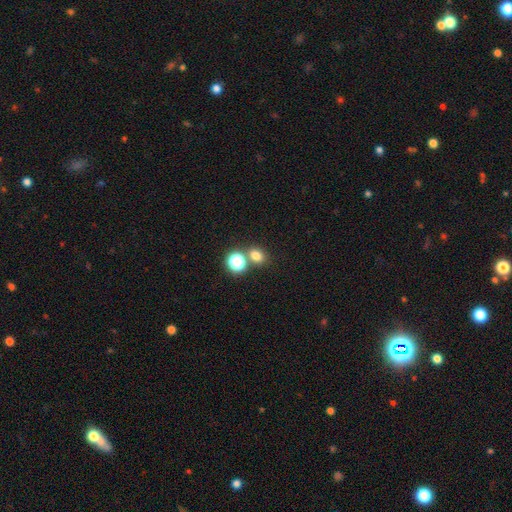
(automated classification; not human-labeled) smooth-or-featured: smooth: 73% | star or artifact: 19% | featured or disk: 7%
  how-rounded: round: 58% | in between: 41% | cigar-shaped: 1%
  merging: none: 66% | merger: 23% | minor disturbance: 8% | major disturbance: 3%